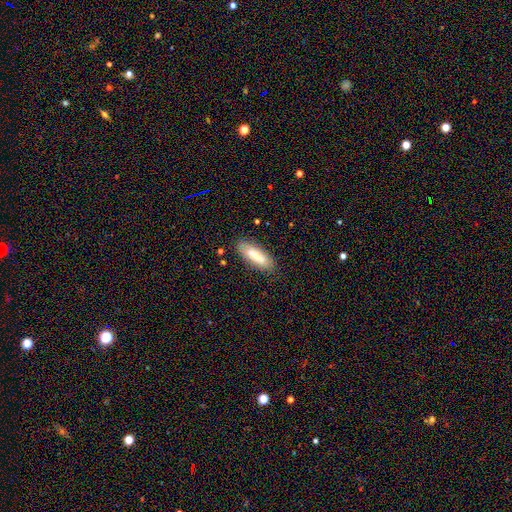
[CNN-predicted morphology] smooth 76%, featured or disk 18%, star or artifact 7%. Down the decision tree: how rounded — in between (54%); merging — none (80%).